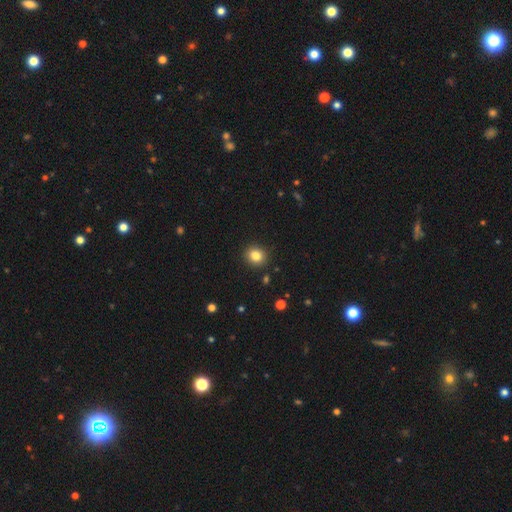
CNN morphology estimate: type=smooth (83%); roundness=round (77%); merging=none (91%).